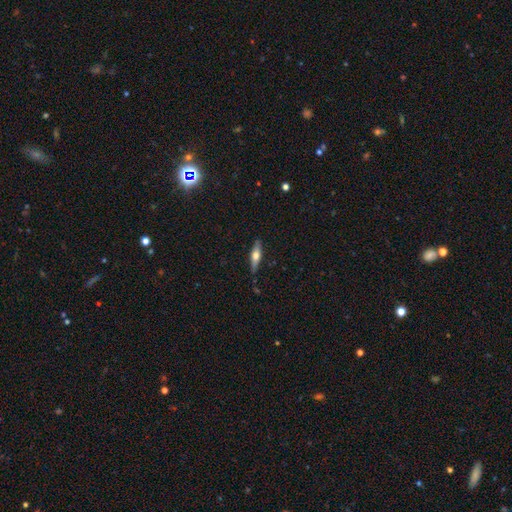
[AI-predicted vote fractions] Q: Smooth or featured?
A: featured or disk (49%); runner-up: smooth (46%)
Q: Merging?
A: none (85%); runner-up: minor disturbance (11%)